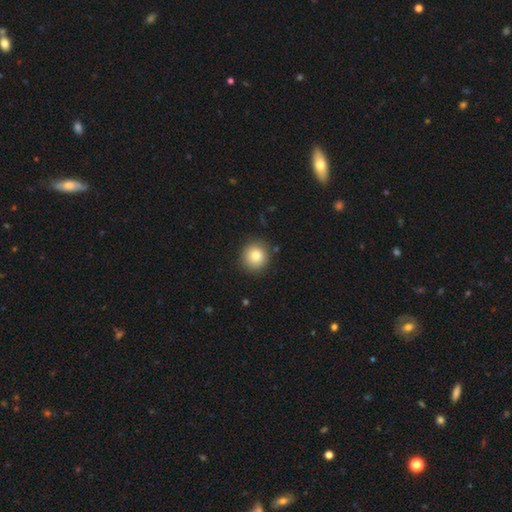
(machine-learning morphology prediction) smooth_or_featured: smooth (p=0.82) [alt: star or artifact p=0.10]
how_rounded: round (p=0.92) [alt: in between p=0.07]
merging: none (p=0.89) [alt: minor disturbance p=0.08]